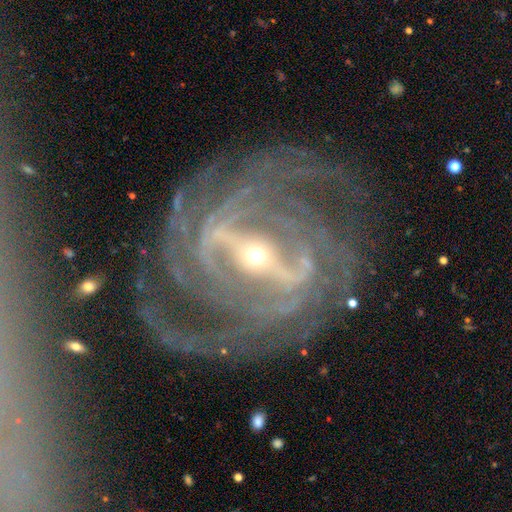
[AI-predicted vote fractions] A featured or disk galaxy (86%) with a strong bar (63%), 2 (35%) tight (54%) spiral arms (95%) and a small central bulge (59%). Merging: none (70%).